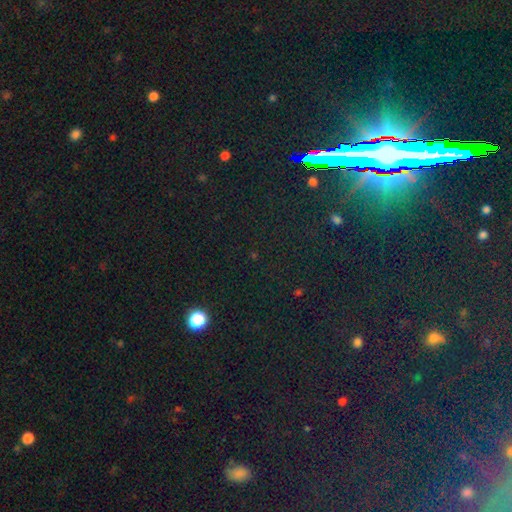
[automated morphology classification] Smooth or featured? star or artifact (82%)